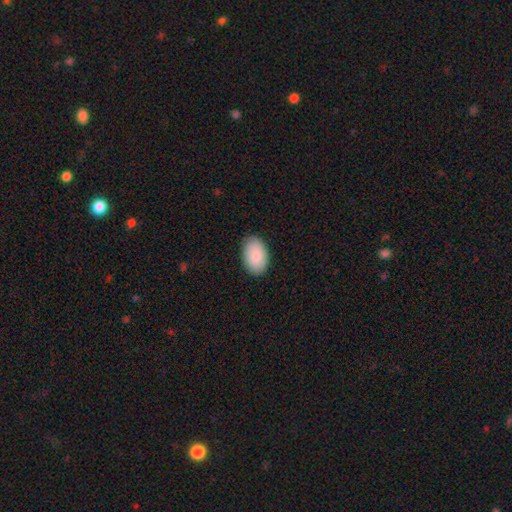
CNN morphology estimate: smooth-or-featured: smooth: 89% | star or artifact: 6% | featured or disk: 5%
  how-rounded: in between: 93% | round: 6% | cigar-shaped: 1%
  merging: none: 86% | minor disturbance: 11% | major disturbance: 2% | merger: 1%